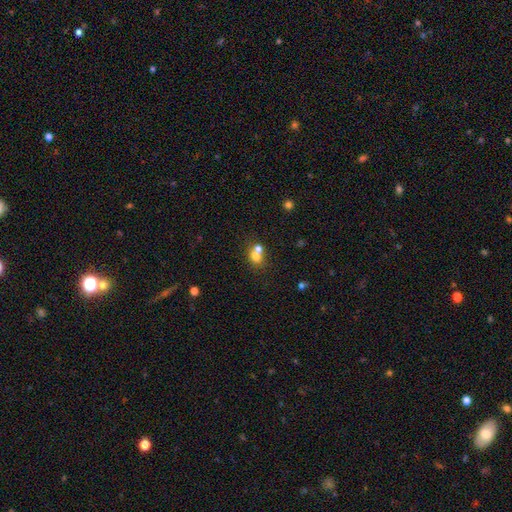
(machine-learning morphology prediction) A smooth galaxy with no disk features (71%) that is round (67%). Merging: merger (56%).